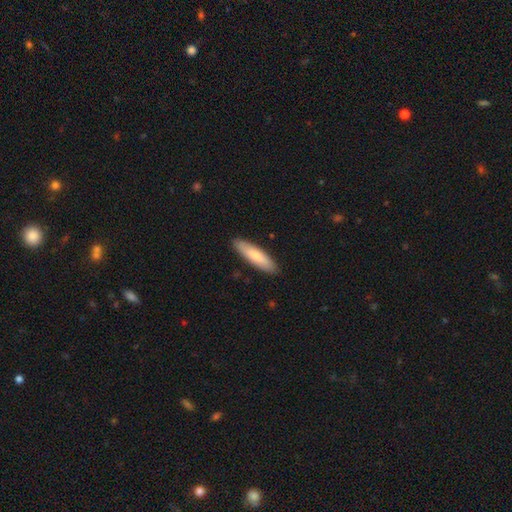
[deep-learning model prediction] A smooth galaxy with no disk features (76%) that is cigar-shaped (67%).

Vote fractions:
- Smooth or featured? smooth: 76% / featured or disk: 19% / star or artifact: 5%
- How rounded? cigar-shaped: 67% / in between: 32% / round: 1%
- Merging? none: 89% / minor disturbance: 8% / major disturbance: 2% / merger: 1%